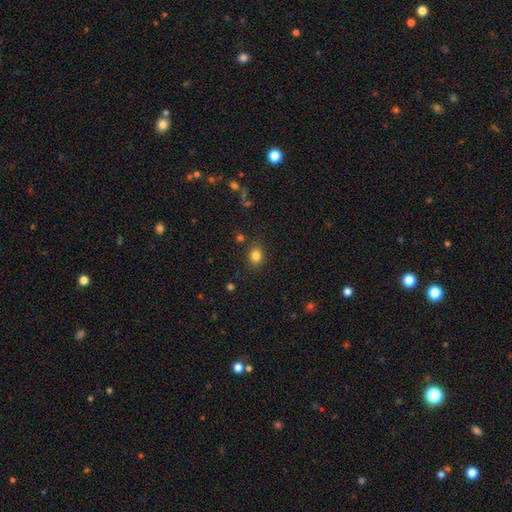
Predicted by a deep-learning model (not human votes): Smooth or featured: smooth — 82% (star or artifact — 12%)
How rounded: round — 67% (in between — 33%)
Merging: none — 84% (minor disturbance — 10%)